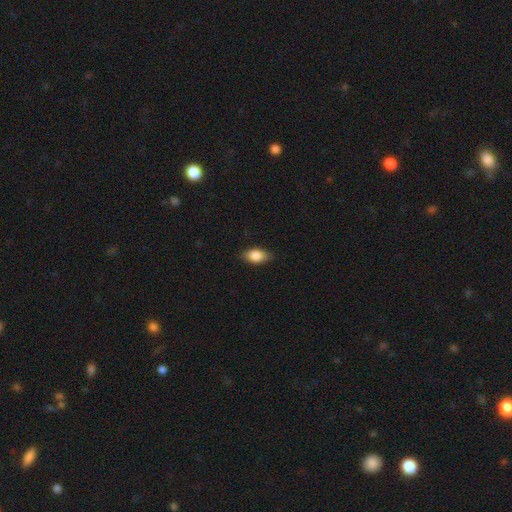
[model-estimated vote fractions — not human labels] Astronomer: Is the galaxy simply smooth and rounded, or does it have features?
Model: smooth — 84%.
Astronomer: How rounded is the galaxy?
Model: in between — 89%.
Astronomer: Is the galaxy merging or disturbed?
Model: none — 81%.